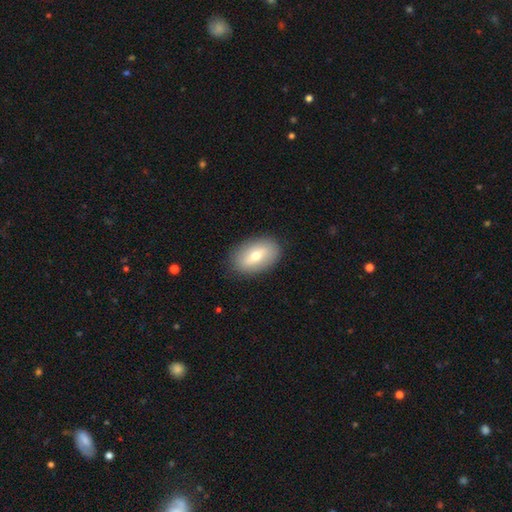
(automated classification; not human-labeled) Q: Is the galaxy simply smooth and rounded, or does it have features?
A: smooth — 61%.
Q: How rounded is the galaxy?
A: in between — 88%.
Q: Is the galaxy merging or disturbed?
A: none — 86%.